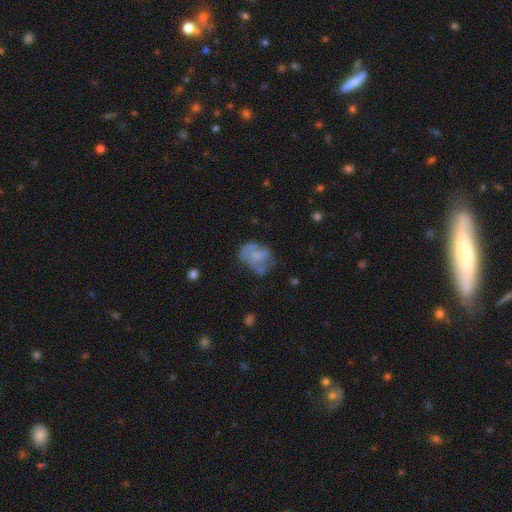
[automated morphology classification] Q: Smooth or featured?
A: smooth (47%); runner-up: featured or disk (43%)
Q: Merging?
A: none (40%); runner-up: minor disturbance (28%)